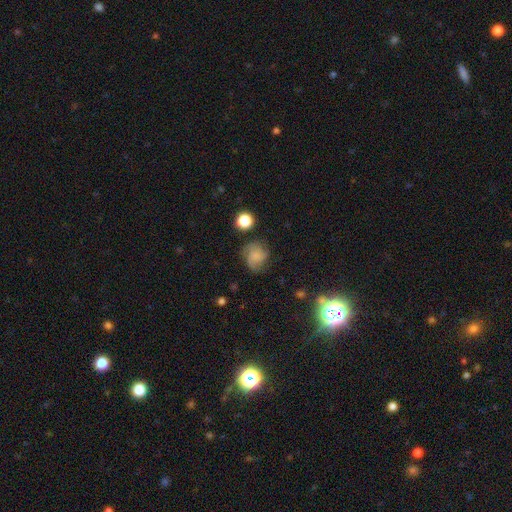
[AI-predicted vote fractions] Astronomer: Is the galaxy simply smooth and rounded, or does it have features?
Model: smooth — 50% (runner-up: featured or disk, 38%).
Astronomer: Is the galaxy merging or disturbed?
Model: none — 60%.